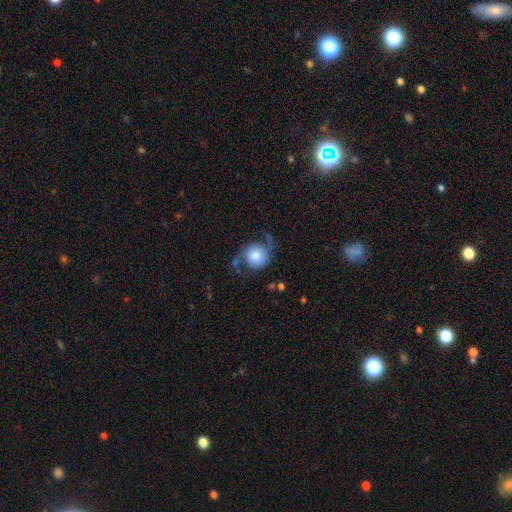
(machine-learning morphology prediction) This is possibly a smooth galaxy (48%). Merging: possibly none (57%).